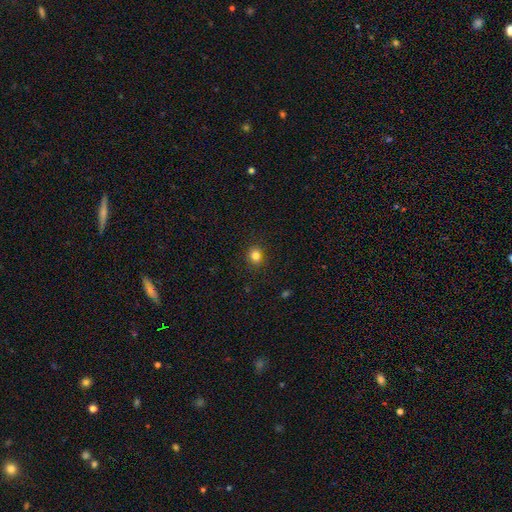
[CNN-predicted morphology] A smooth galaxy with no disk features (83%) that is round (68%). Merging: none (88%).